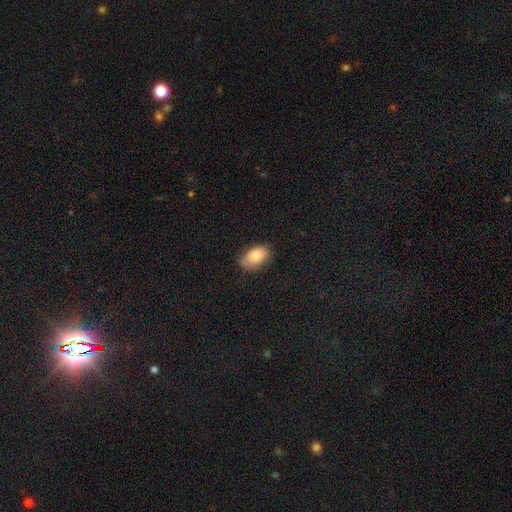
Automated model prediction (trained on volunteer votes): Smooth or featured: smooth — 81% (featured or disk — 12%)
How rounded: in between — 89% (round — 9%)
Merging: none — 70% (minor disturbance — 24%)